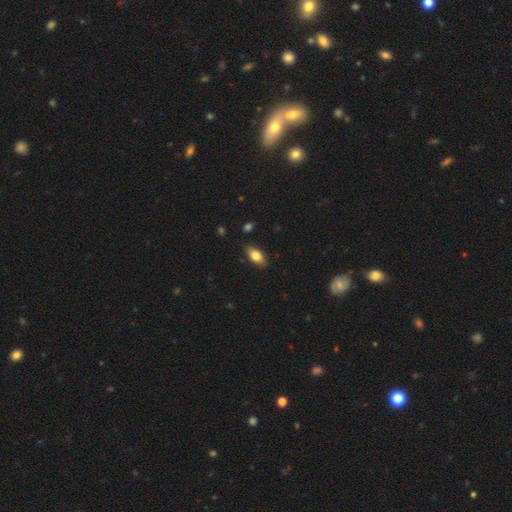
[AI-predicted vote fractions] Smooth or featured: smooth — 77% (featured or disk — 16%)
How rounded: in between — 87% (cigar-shaped — 9%)
Merging: none — 82% (minor disturbance — 14%)